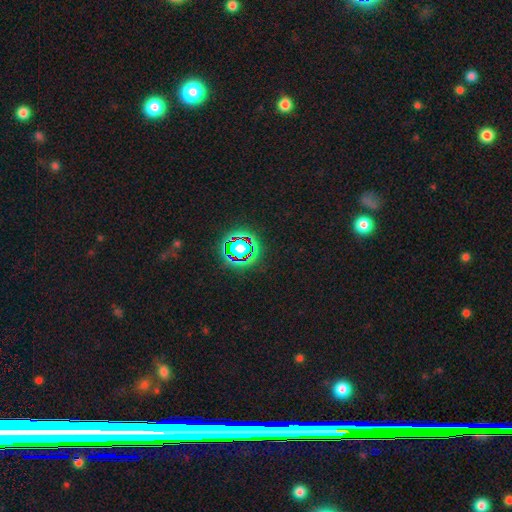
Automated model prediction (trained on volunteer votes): The model was most divided on "smooth or featured": star or artifact: 74%, smooth: 16%, featured or disk: 10%.